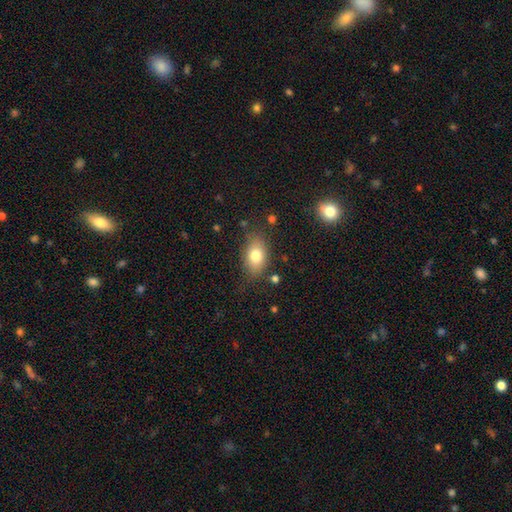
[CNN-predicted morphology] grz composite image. It shows a smooth galaxy with no disk features (79%) that is in between round and cigar-shaped (85%). Merging: none (78%).